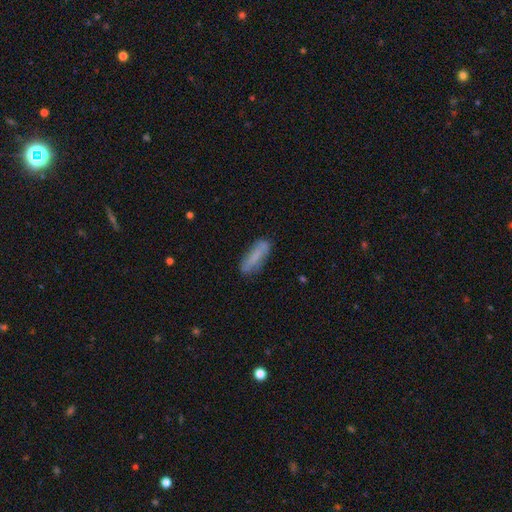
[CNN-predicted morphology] type=smooth (69%); roundness=cigar-shaped (55%); merging=none (75%).